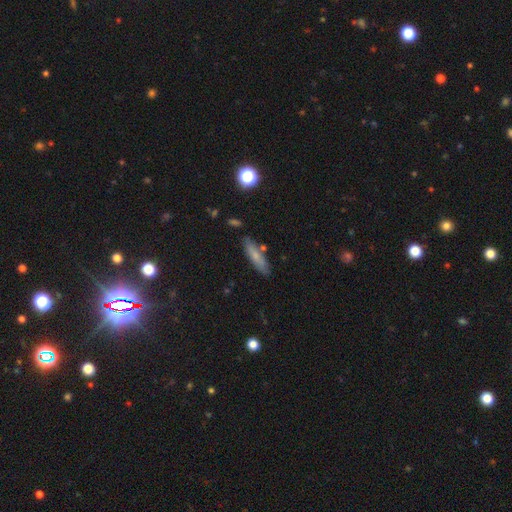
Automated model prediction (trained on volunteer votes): Smooth or featured: smooth — 71% (featured or disk — 21%)
How rounded: cigar-shaped — 73% (in between — 25%)
Merging: none — 81% (minor disturbance — 12%)